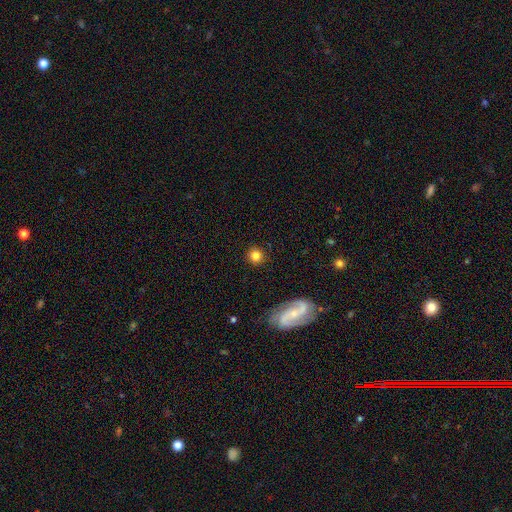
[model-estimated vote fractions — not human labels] This appears to be a smooth galaxy with no disk features (75%) that is round (92%). Merging: none (88%).